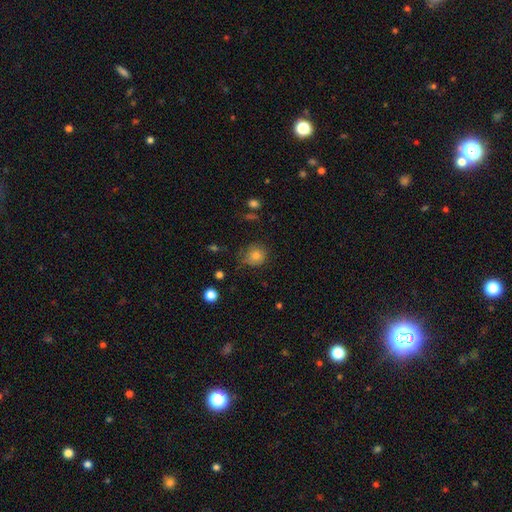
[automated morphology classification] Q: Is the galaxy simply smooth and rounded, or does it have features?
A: smooth — 80%.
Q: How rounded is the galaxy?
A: round — 86%.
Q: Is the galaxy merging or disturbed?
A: none — 68%.